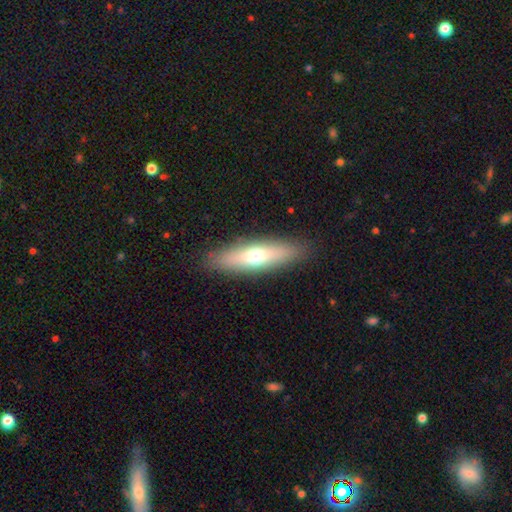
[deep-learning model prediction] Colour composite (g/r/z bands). It shows a smooth galaxy with no disk features (59%) that is cigar-shaped (57%). Merging: none (88%).